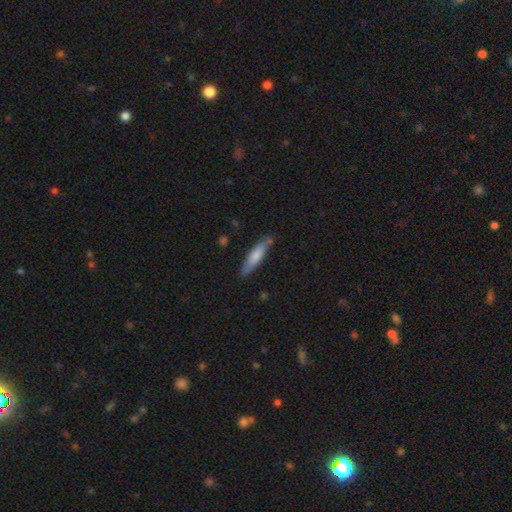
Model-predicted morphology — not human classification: smooth-or-featured: smooth: 69% | featured or disk: 26% | star or artifact: 6%
  how-rounded: cigar-shaped: 79% | in between: 20% | round: 1%
  merging: none: 80% | minor disturbance: 14% | merger: 3% | major disturbance: 3%